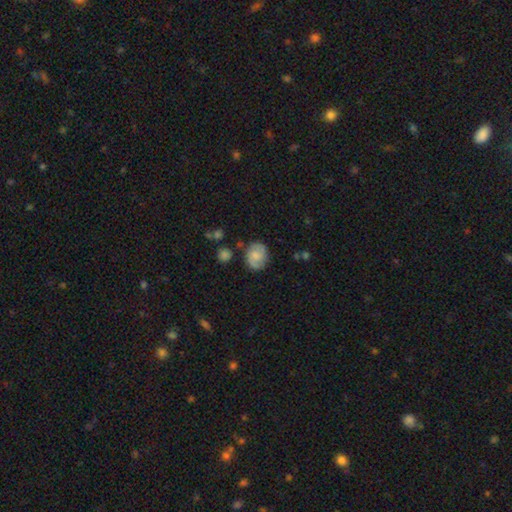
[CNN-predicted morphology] smooth_or_featured: smooth (p=0.48) [alt: featured or disk p=0.44]
merging: none (p=0.74) [alt: minor disturbance p=0.18]